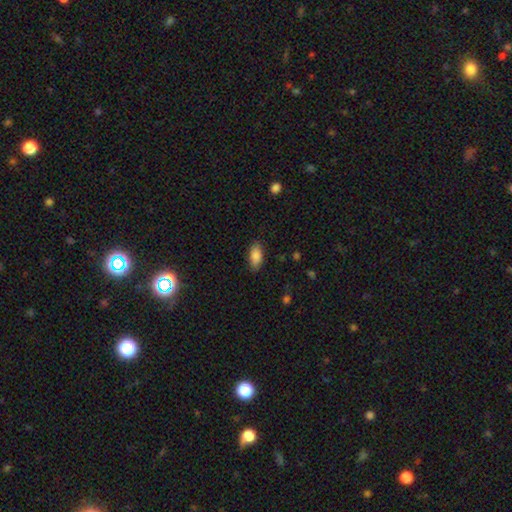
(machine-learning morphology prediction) This appears to be a smooth galaxy with no disk features (86%) that is in between round and cigar-shaped (90%). Merging: none (83%).